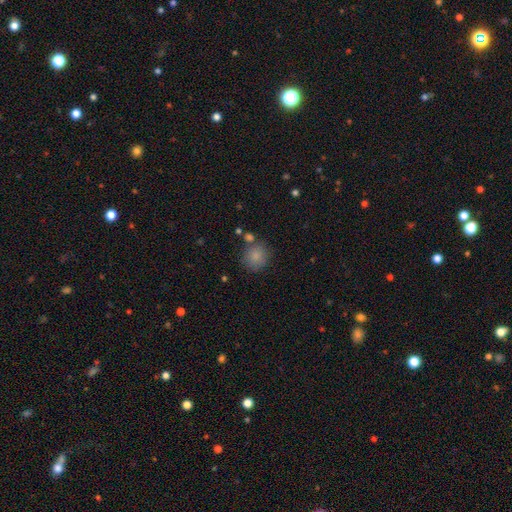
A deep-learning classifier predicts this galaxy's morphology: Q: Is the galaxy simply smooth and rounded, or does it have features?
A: smooth — 84%.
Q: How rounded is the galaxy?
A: round — 87%.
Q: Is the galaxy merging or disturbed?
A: none — 74%.